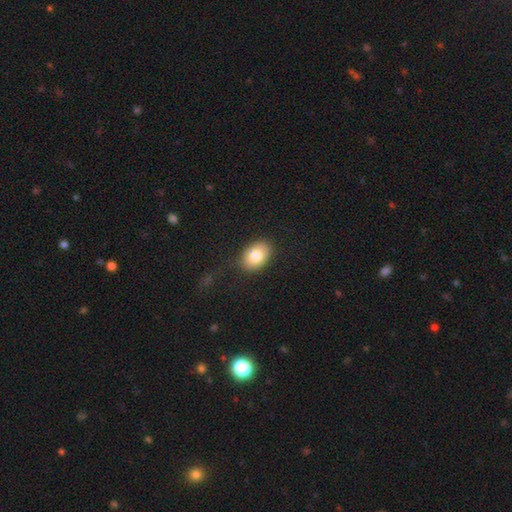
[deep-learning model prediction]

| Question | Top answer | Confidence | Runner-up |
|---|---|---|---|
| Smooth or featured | smooth | 82% | featured or disk (11%) |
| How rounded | in between | 81% | round (18%) |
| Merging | none | 83% | minor disturbance (12%) |